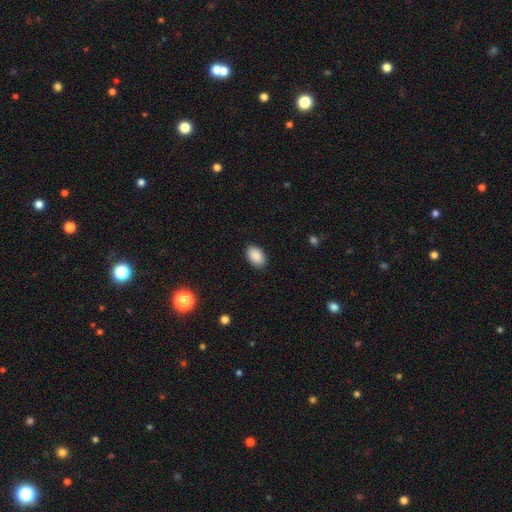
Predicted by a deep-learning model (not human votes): smooth_or_featured: smooth (p=0.90) [alt: star or artifact p=0.07]
how_rounded: in between (p=0.90) [alt: round p=0.09]
merging: none (p=0.88) [alt: minor disturbance p=0.09]